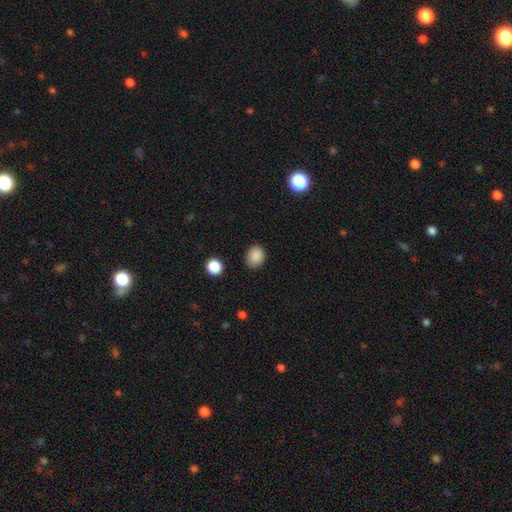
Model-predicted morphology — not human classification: This is clearly a smooth galaxy (87%). How rounded: possibly round (53%). Merging: clearly none (83%).